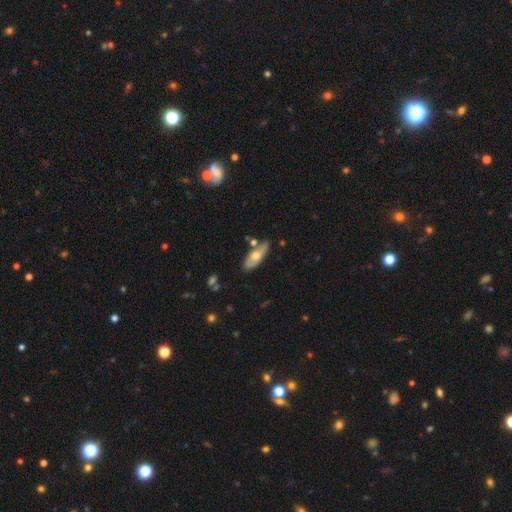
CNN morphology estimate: Smooth or featured: smooth — 54% (featured or disk — 40%)
How rounded: in between — 72% (cigar-shaped — 25%)
Merging: none — 73% (minor disturbance — 16%)